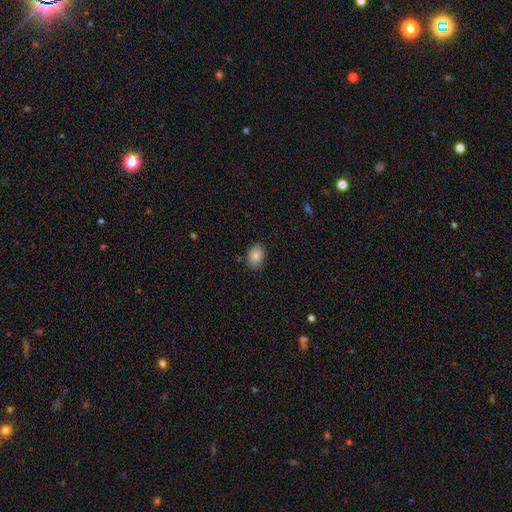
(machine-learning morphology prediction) smooth_or_featured: smooth (p=0.84) [alt: star or artifact p=0.08]
how_rounded: in between (p=0.76) [alt: round p=0.23]
merging: none (p=0.81) [alt: minor disturbance p=0.15]